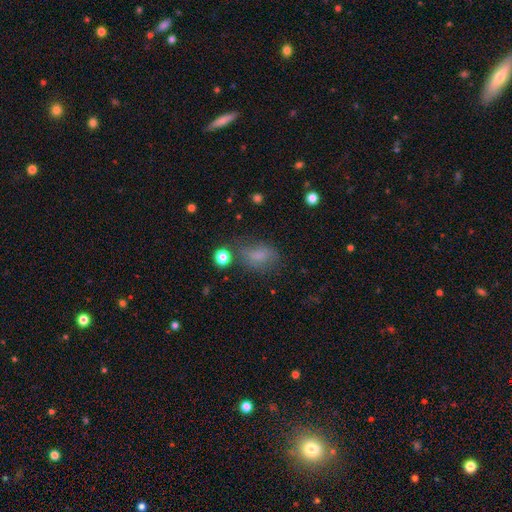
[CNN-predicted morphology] Smooth or featured: smooth — 70% (star or artifact — 17%)
How rounded: in between — 78% (round — 18%)
Merging: none — 58% (minor disturbance — 24%)